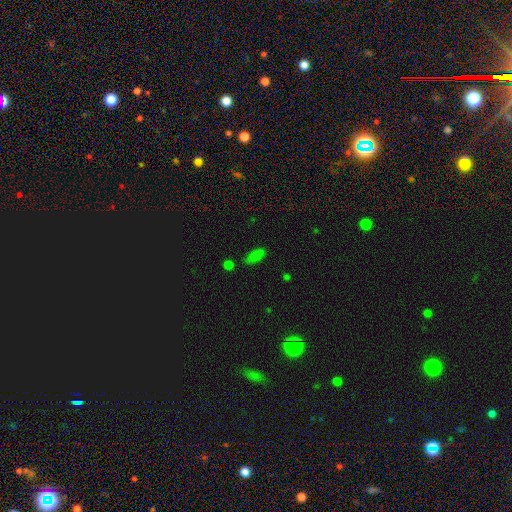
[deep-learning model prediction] Smooth or featured? Predicted: smooth (p=0.75). How rounded? Predicted: in between (p=0.76). Merging? Predicted: none (p=0.74).